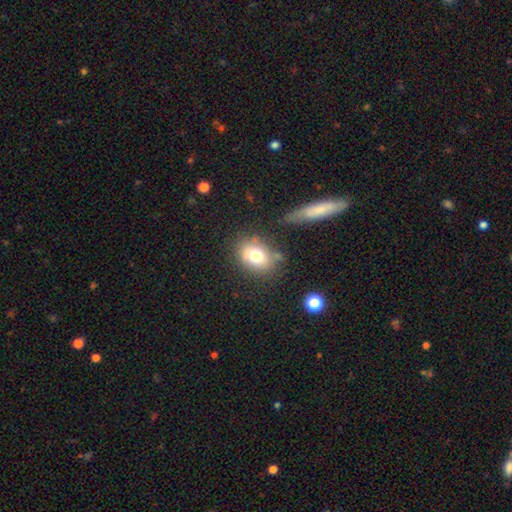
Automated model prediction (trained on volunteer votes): Smooth or featured? Predicted: smooth (p=0.72). How rounded? Predicted: in between (p=0.55). Merging? Predicted: none (p=0.67).